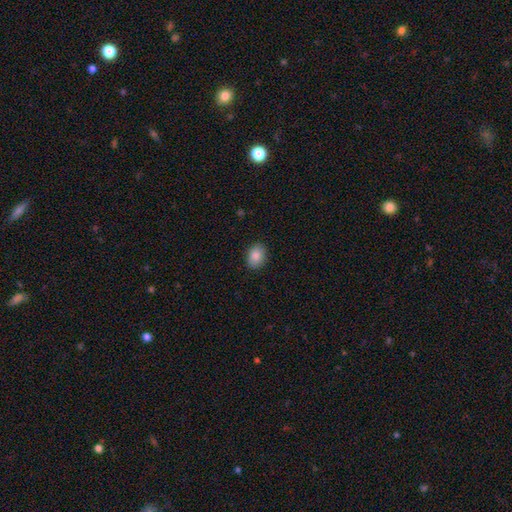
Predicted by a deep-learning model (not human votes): A smooth galaxy with no disk features (87%) that is in between round and cigar-shaped (72%). Merging: none (88%).